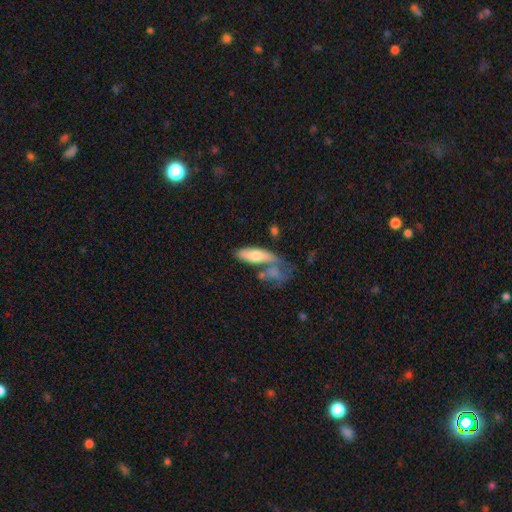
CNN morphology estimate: A smooth galaxy with no disk features (69%) that is in between round and cigar-shaped (59%).

Vote fractions:
- Smooth or featured? smooth: 69% / featured or disk: 25% / star or artifact: 6%
- How rounded? in between: 59% / cigar-shaped: 38% / round: 3%
- Merging? none: 42% / merger: 28% / minor disturbance: 18% / major disturbance: 13%